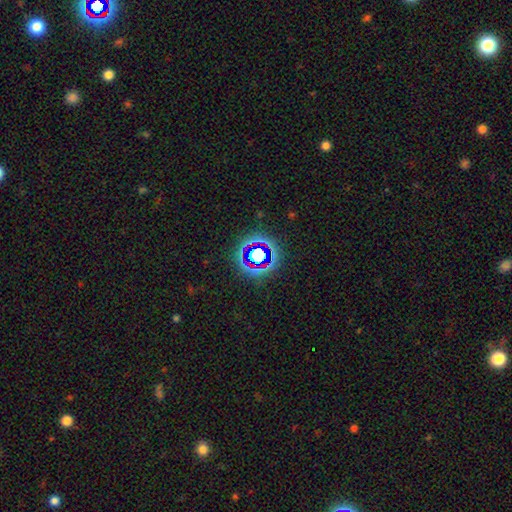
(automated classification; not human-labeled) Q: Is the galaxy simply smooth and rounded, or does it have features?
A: star or artifact — 59%.